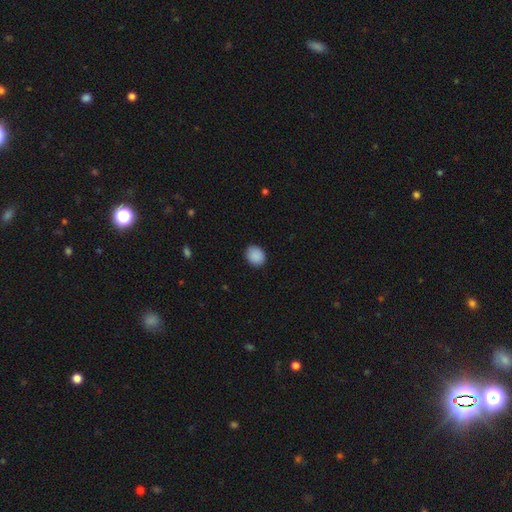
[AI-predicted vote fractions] smooth 90%, star or artifact 8%, featured or disk 3%. Down the decision tree: how rounded — round (58%); merging — none (88%).